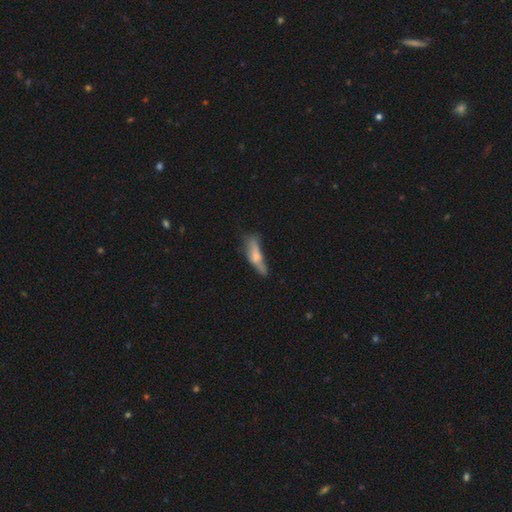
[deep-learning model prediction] smooth 55%, featured or disk 38%, star or artifact 7%. Down the decision tree: how rounded — cigar-shaped (61%); merging — none (44%).